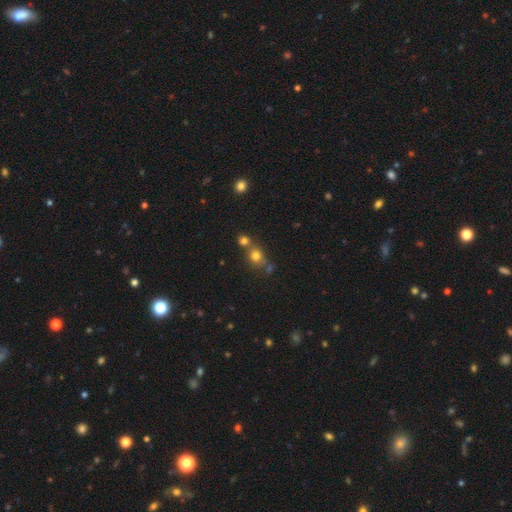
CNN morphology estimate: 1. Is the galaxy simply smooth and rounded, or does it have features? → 74% smooth, 16% star or artifact, 10% featured or disk.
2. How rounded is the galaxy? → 81% round, 17% in between, 1% cigar-shaped.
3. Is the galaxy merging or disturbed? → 54% none, 34% merger, 9% minor disturbance, 4% major disturbance.